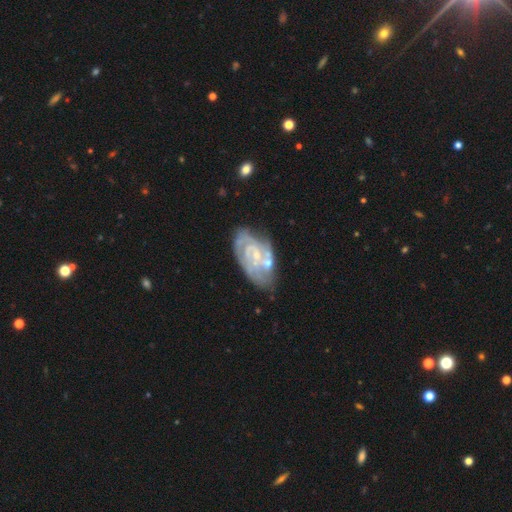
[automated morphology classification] Smooth or featured? Predicted: featured or disk (p=0.83). Edge-on disk? Predicted: no (p=0.96). Bar? Predicted: no (p=0.53). Spiral arms? Predicted: yes (p=0.91). Spiral winding? Predicted: tight (p=0.58). Spiral arm count? Predicted: 2 (p=0.38). Bulge size? Predicted: small (p=0.67). Merging? Predicted: none (p=0.53).